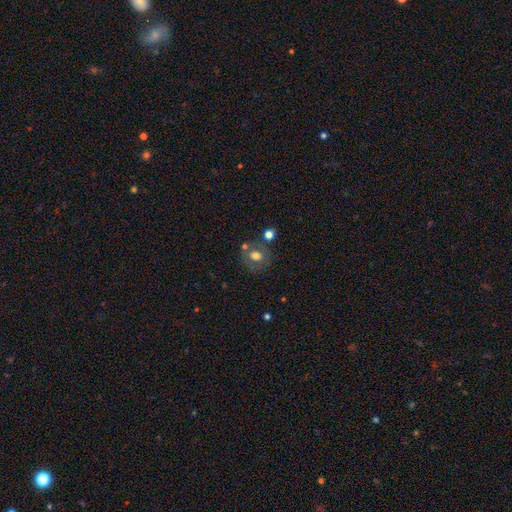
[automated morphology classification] type=smooth (59%); roundness=round (64%); merging=none (65%).